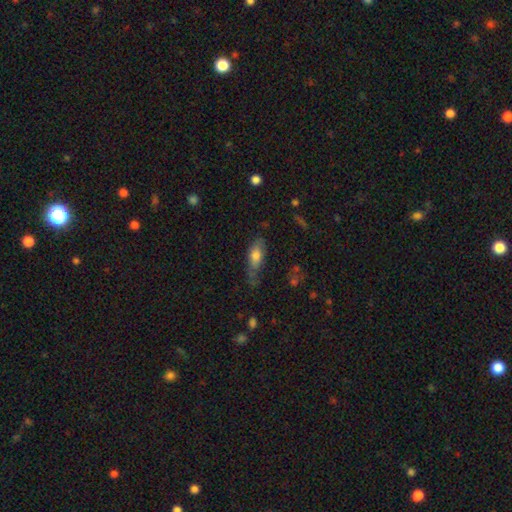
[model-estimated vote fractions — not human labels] Overall: smooth (70%). How rounded: in between (75%). Merging: none (44%; minor disturbance 36%).